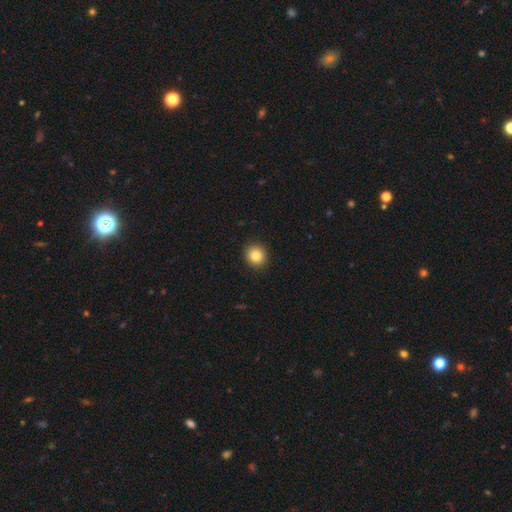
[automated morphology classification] Smooth or featured: smooth — 85% (star or artifact — 10%)
How rounded: round — 89% (in between — 10%)
Merging: none — 92% (minor disturbance — 5%)